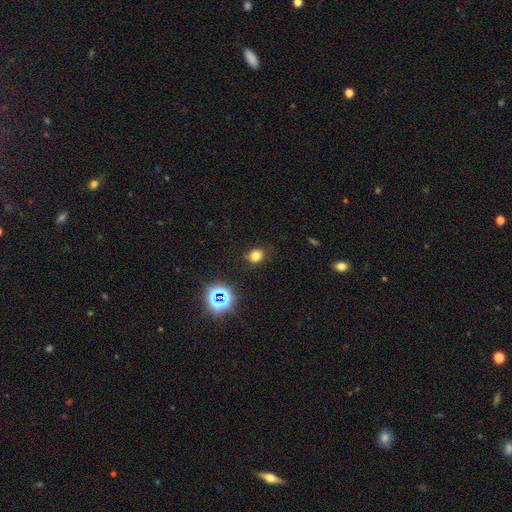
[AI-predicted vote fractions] Smooth or featured: smooth — 73% (star or artifact — 20%)
How rounded: round — 67% (in between — 32%)
Merging: none — 82% (minor disturbance — 13%)